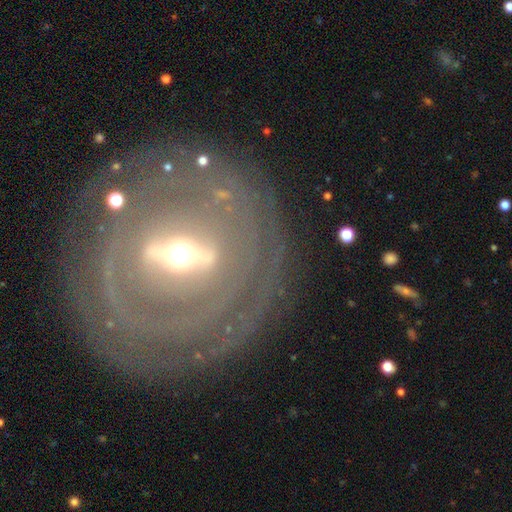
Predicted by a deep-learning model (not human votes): Smooth or featured? featured or disk (81%)
Edge-on disk? no (88%)
Bar? strong (50%)
Spiral arms? yes (59%)
Bulge size? moderate (56%)
Merging? none (80%)